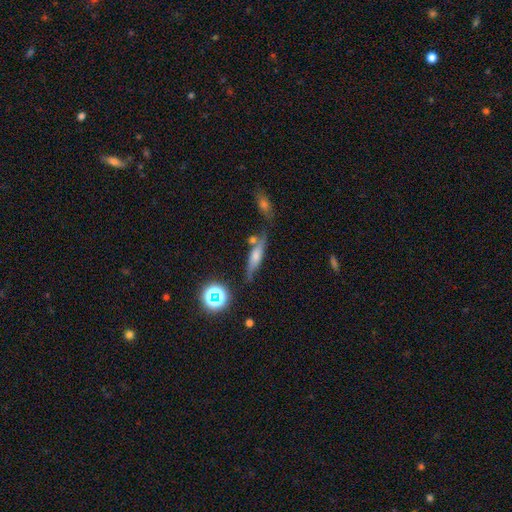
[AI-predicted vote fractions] Smooth or featured? featured or disk (42%)
Merging? none (61%)